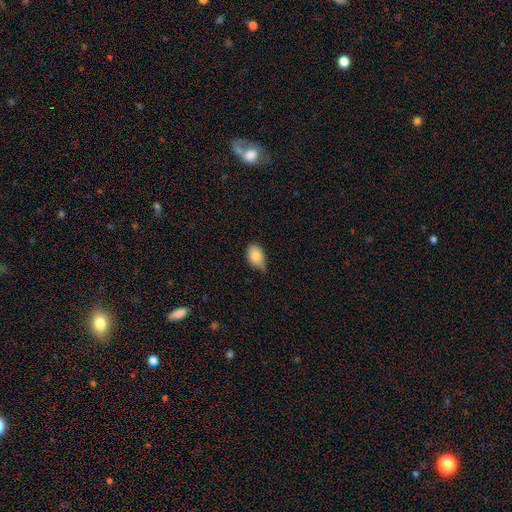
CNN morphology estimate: type=smooth (83%); roundness=in between (83%); merging=minor disturbance (49%).